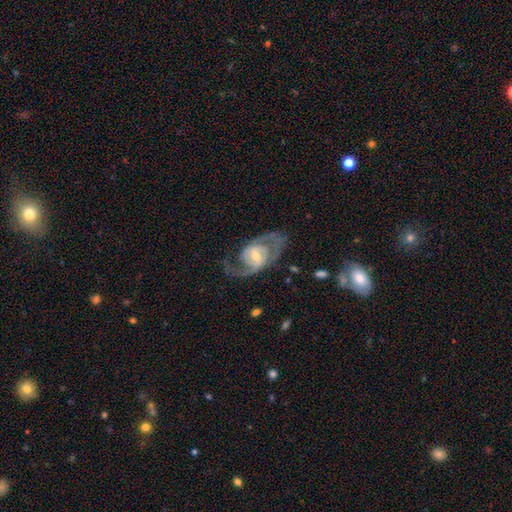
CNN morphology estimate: Smooth or featured? Predicted: featured or disk (p=0.88). Edge-on disk? Predicted: no (p=0.96). Bar? Predicted: weak (p=0.48). Spiral arms? Predicted: yes (p=0.94). Spiral winding? Predicted: medium (p=0.52). Spiral arm count? Predicted: 2 (p=0.86). Bulge size? Predicted: moderate (p=0.54). Merging? Predicted: none (p=0.69).